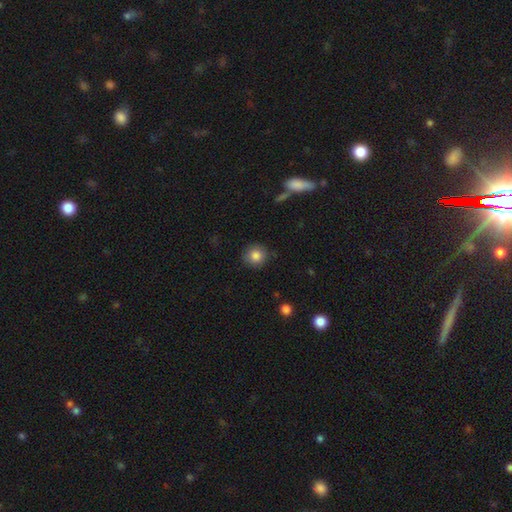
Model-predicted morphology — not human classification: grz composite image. It shows a smooth galaxy with no disk features (84%) that is round (91%). Merging: none (88%).